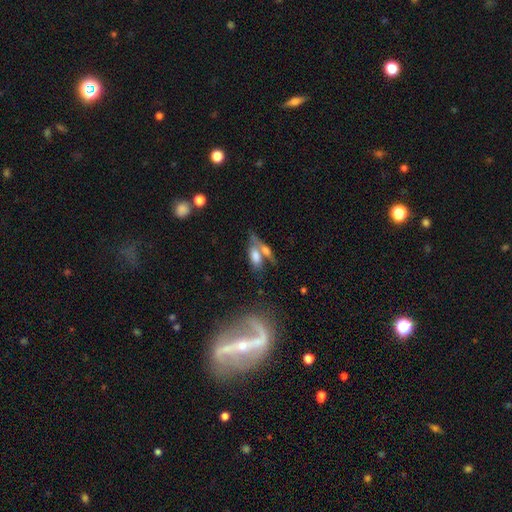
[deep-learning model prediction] Smooth or featured?
  - smooth: 68% *
  - featured or disk: 23%
  - star or artifact: 8%
How rounded?
  - in between: 78% *
  - cigar-shaped: 18%
  - round: 4%
Merging?
  - merger: 42% *
  - none: 39%
  - minor disturbance: 13%
  - major disturbance: 6%